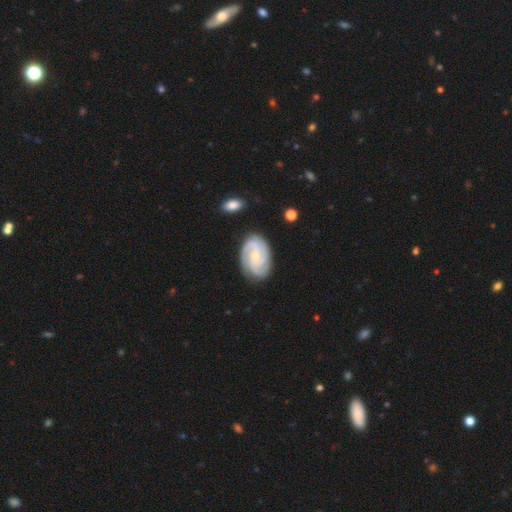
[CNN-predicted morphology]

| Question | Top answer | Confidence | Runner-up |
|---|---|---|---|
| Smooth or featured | featured or disk | 87% | smooth (8%) |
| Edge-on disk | no | 98% | yes (2%) |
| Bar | no | 59% | weak (34%) |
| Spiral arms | yes | 98% | no (2%) |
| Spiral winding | tight | 58% | medium (35%) |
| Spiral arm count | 3 | 44% | 4 (17%) |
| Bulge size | small | 65% | moderate (31%) |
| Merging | none | 79% | minor disturbance (15%) |